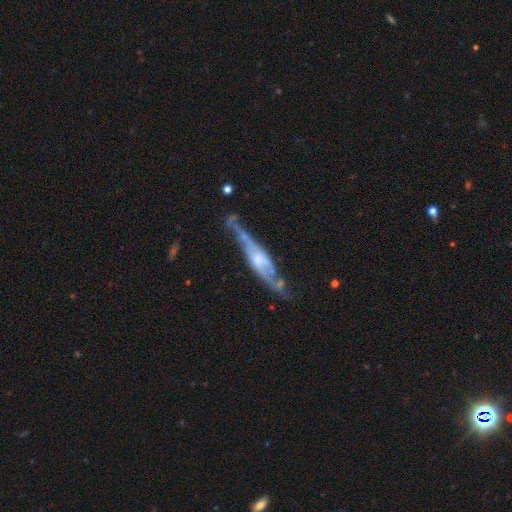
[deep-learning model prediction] Smooth or featured: featured or disk — 81% (smooth — 12%)
Edge-on disk: yes — 70% (no — 30%)
Edge-on bulge: rounded — 55% (boxy — 26%)
Merging: none — 59% (minor disturbance — 24%)